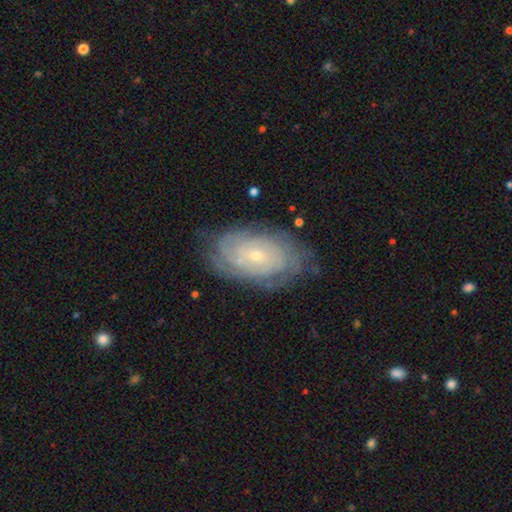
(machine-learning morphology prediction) The model was most divided on "spiral arm count": can't tell: 45%, 4: 16%, 2: 12%, 3: 12%, more than 4: 10%, 1: 5%. More confident: edge-on disk — no (95%); spiral arms — yes (94%); spiral winding — tight (80%); smooth or featured — featured or disk (80%); merging — none (77%); bulge size — small (76%); bar — no (73%).